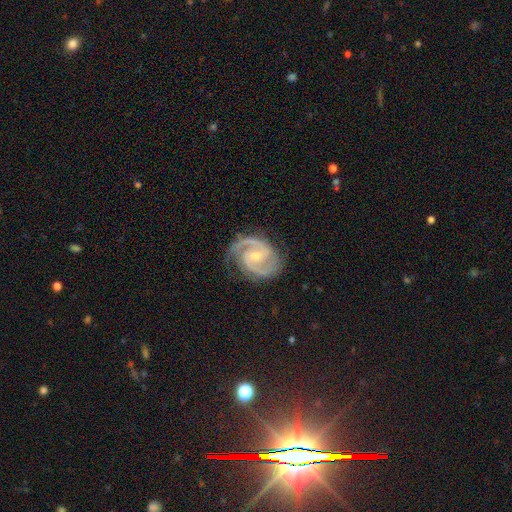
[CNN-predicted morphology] The model was most divided on "bar": no: 44%, weak: 43%, strong: 13%. More confident: spiral arms — yes (99%); edge-on disk — no (98%); smooth or featured — featured or disk (94%); spiral arm count — 2 (89%); merging — none (79%); bulge size — small (63%); spiral winding — medium (55%).